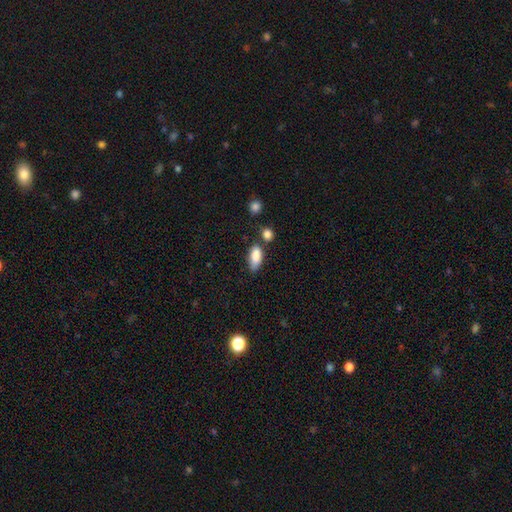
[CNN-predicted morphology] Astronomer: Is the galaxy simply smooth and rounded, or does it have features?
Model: smooth — 85%.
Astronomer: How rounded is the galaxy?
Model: in between — 87%.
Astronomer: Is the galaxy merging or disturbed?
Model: none — 52% (runner-up: minor disturbance, 28%).